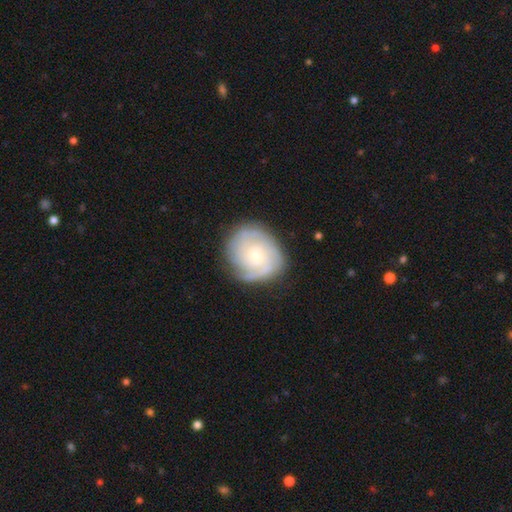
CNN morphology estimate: Smooth or featured? Predicted: featured or disk (p=0.72). Edge-on disk? Predicted: no (p=0.98). Bar? Predicted: no (p=0.77). Spiral arms? Predicted: yes (p=0.92). Spiral winding? Predicted: tight (p=0.64). Spiral arm count? Predicted: can't tell (p=0.33). Bulge size? Predicted: small (p=0.60). Merging? Predicted: none (p=0.78).